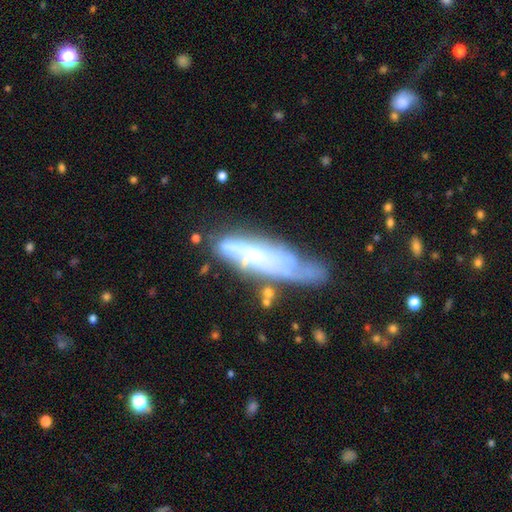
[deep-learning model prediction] The model was most divided on "merging": none: 54%, minor disturbance: 27%, major disturbance: 12%, merger: 7%. More confident: smooth or featured — featured or disk (70%); edge-on disk — no (69%).